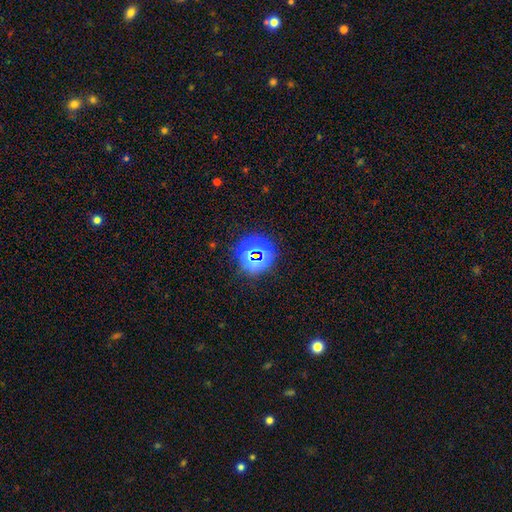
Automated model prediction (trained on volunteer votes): This appears to be a star or artifact, not a galaxy (69%).